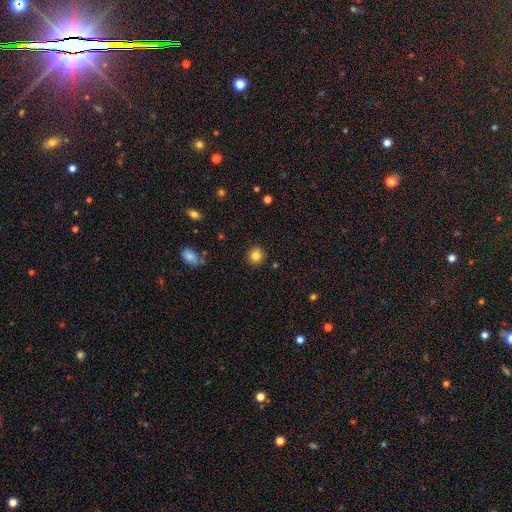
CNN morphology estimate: smooth-or-featured: smooth: 83% | star or artifact: 10% | featured or disk: 6%
  how-rounded: round: 85% | in between: 14% | cigar-shaped: 1%
  merging: none: 89% | minor disturbance: 7% | major disturbance: 2% | merger: 2%